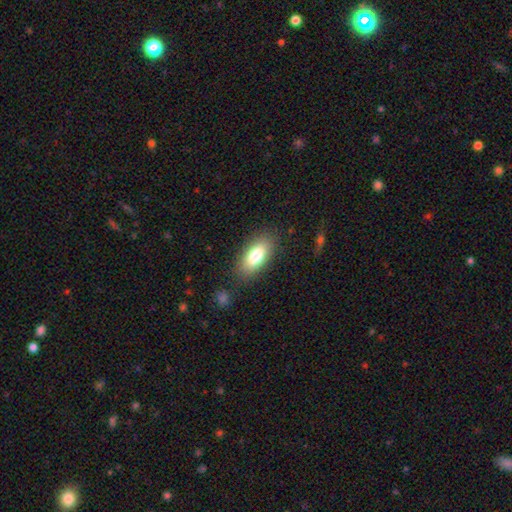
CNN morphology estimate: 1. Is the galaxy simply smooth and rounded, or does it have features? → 80% smooth, 13% featured or disk, 7% star or artifact.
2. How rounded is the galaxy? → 85% in between, 13% cigar-shaped, 3% round.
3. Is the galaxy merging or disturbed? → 84% none, 11% minor disturbance, 3% major disturbance, 2% merger.